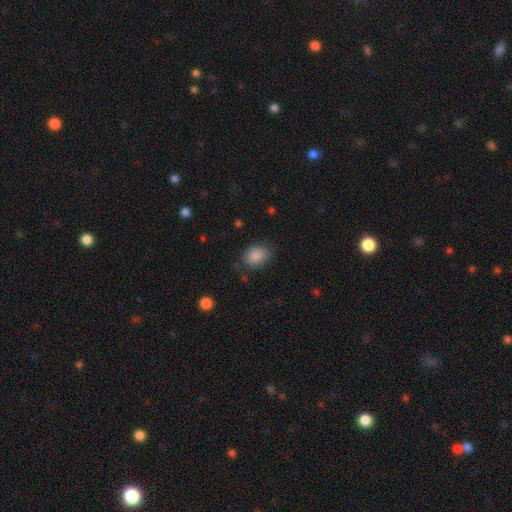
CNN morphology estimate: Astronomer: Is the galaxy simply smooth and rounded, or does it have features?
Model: smooth — 87%.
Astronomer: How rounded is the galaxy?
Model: in between — 67%.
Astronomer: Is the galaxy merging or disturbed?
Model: none — 78%.